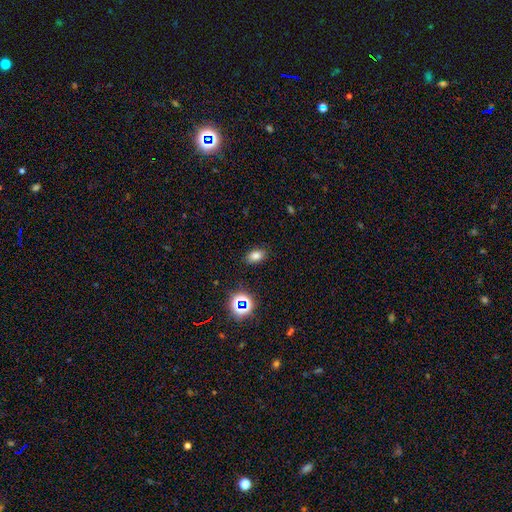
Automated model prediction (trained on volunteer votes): A smooth galaxy with no disk features (75%) that is in between round and cigar-shaped (86%). Merging: none (86%).